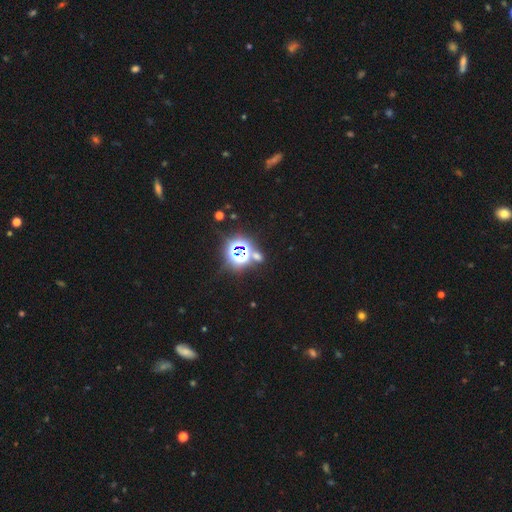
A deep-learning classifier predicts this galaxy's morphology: smooth_or_featured: star or artifact (p=0.64) [alt: smooth p=0.28]